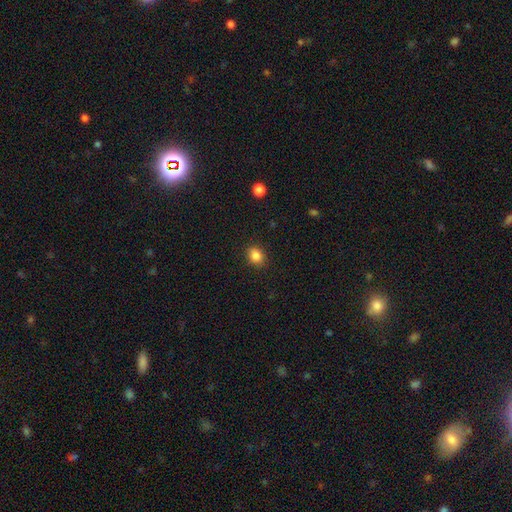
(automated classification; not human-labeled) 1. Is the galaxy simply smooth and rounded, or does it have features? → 85% smooth, 10% star or artifact, 5% featured or disk.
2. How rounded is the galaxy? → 54% round, 45% in between, 1% cigar-shaped.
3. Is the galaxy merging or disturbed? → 89% none, 8% minor disturbance, 2% major disturbance, 1% merger.